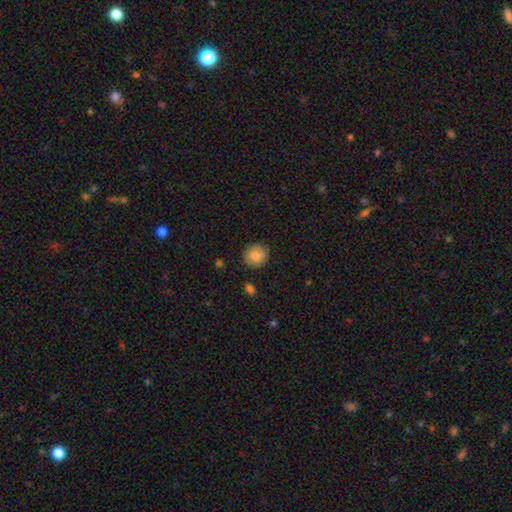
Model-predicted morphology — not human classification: This is clearly a smooth galaxy (84%). How rounded: clearly round (82%). Merging: clearly none (87%).